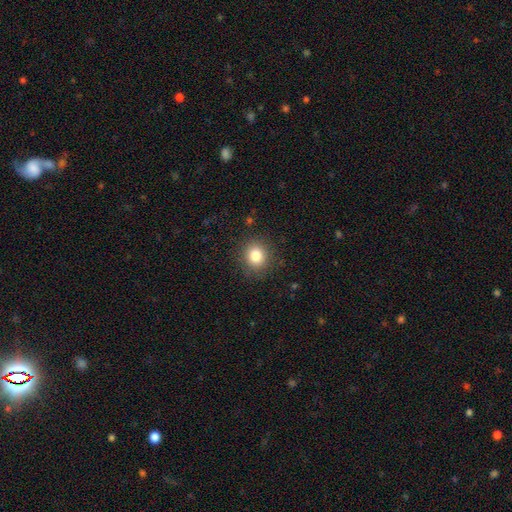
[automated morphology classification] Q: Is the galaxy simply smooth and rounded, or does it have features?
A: smooth — 83%.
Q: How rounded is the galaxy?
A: round — 79%.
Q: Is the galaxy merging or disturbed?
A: none — 88%.